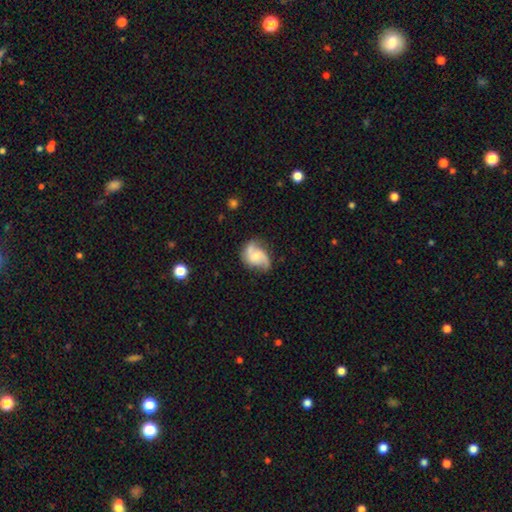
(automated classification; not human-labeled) Q: Smooth or featured?
A: featured or disk (72%); runner-up: smooth (22%)
Q: Edge-on disk?
A: no (97%); runner-up: yes (3%)
Q: Bar?
A: no (63%); runner-up: weak (31%)
Q: Spiral arms?
A: yes (93%); runner-up: no (7%)
Q: Spiral winding?
A: loose (45%); runner-up: medium (41%)
Q: Spiral arm count?
A: 2 (84%); runner-up: can't tell (6%)
Q: Bulge size?
A: small (46%); runner-up: moderate (44%)
Q: Merging?
A: none (60%); runner-up: minor disturbance (26%)